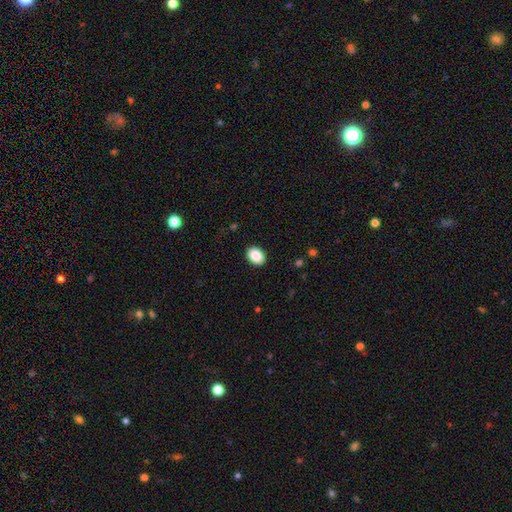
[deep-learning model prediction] Smooth or featured? Predicted: smooth (p=0.89). How rounded? Predicted: in between (p=0.70). Merging? Predicted: none (p=0.91).